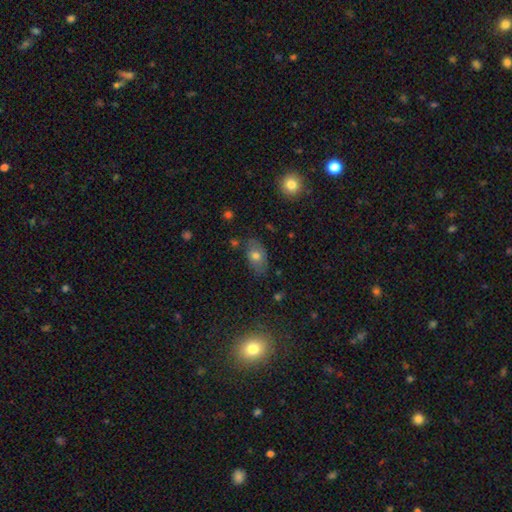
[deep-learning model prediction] The model was most divided on "smooth or featured": smooth: 68%, featured or disk: 19%, star or artifact: 13%. More confident: how rounded — in between (86%); merging — none (74%).